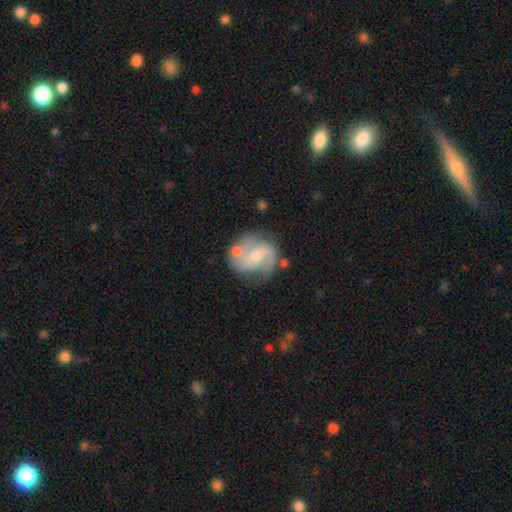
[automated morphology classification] Smooth or featured: featured or disk — 79% (smooth — 14%)
Edge-on disk: no — 98% (yes — 2%)
Bar: no — 54% (weak — 39%)
Spiral arms: yes — 93% (no — 7%)
Spiral winding: medium — 52% (loose — 25%)
Spiral arm count: 2 — 78% (can't tell — 8%)
Bulge size: moderate — 52% (small — 41%)
Merging: none — 57% (minor disturbance — 20%)